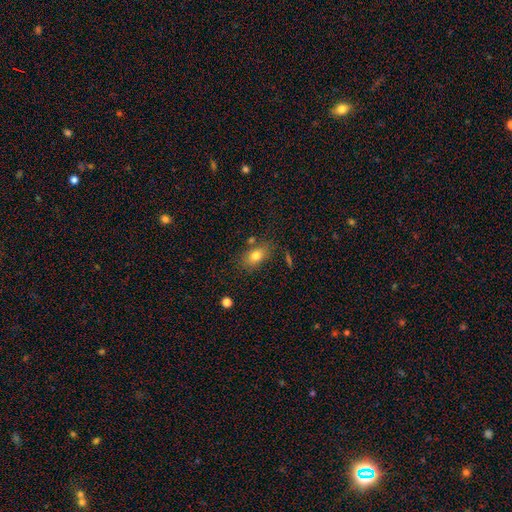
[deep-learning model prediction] A smooth galaxy with no disk features (77%) that is in between round and cigar-shaped (81%).

Vote fractions:
- Smooth or featured? smooth: 77% / featured or disk: 13% / star or artifact: 10%
- How rounded? in between: 81% / round: 16% / cigar-shaped: 3%
- Merging? none: 71% / minor disturbance: 16% / merger: 8% / major disturbance: 5%